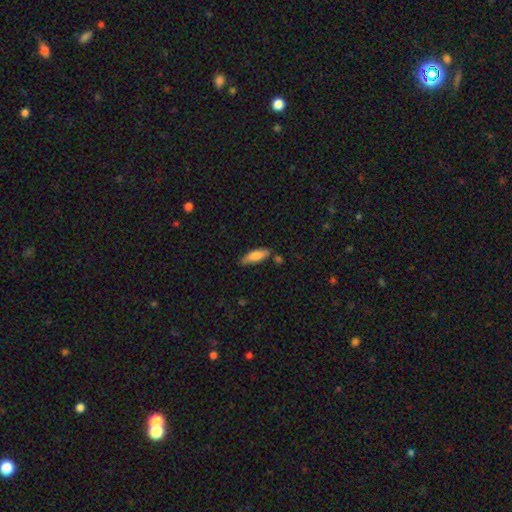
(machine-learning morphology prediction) Smooth or featured? Predicted: smooth (p=0.77). How rounded? Predicted: in between (p=0.59). Merging? Predicted: none (p=0.75).